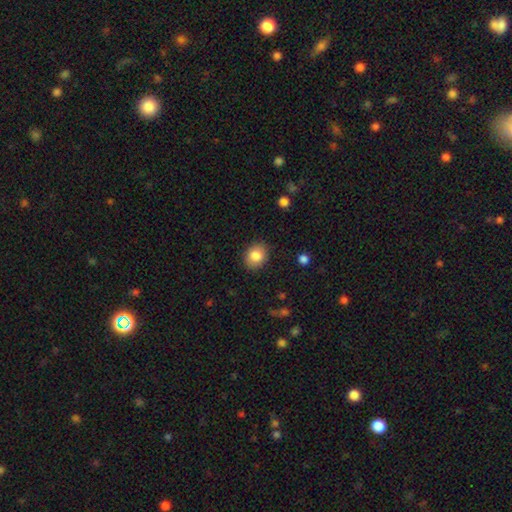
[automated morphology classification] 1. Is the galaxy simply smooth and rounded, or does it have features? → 83% smooth, 9% star or artifact, 8% featured or disk.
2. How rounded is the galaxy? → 58% round, 41% in between, 1% cigar-shaped.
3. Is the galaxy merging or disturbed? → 88% none, 9% minor disturbance, 2% major disturbance, 1% merger.